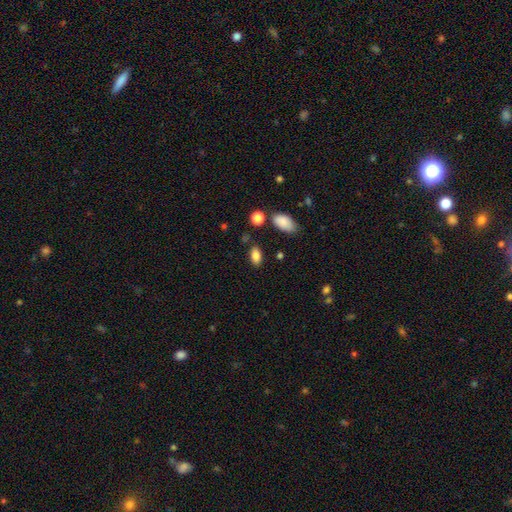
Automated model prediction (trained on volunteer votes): Overall: smooth (85%). How rounded: in between (90%). Merging: none (81%).